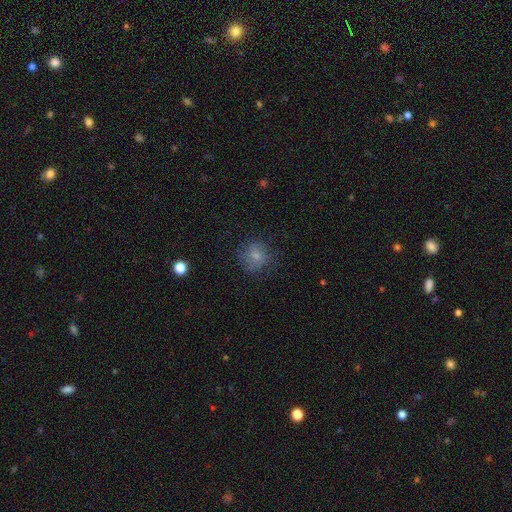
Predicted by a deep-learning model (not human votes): This is likely a smooth galaxy (72%). How rounded: clearly round (83%). Merging: likely none (71%).